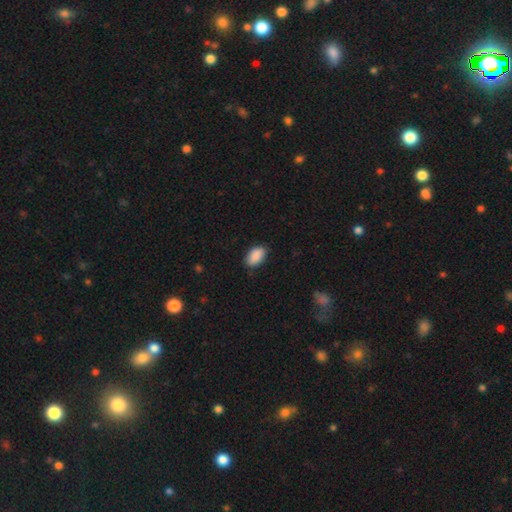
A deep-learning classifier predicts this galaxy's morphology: type=smooth (89%); roundness=in between (93%); merging=none (82%).